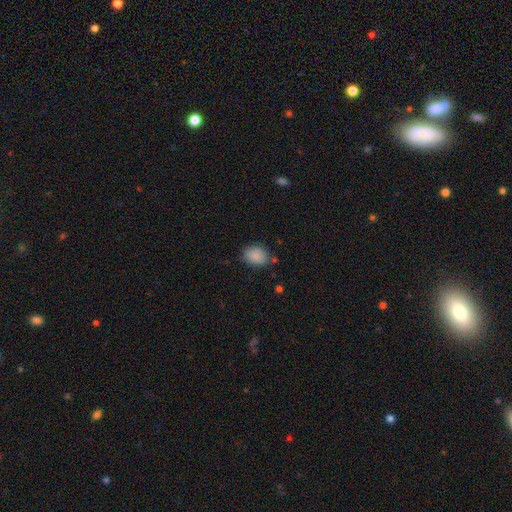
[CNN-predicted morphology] Smooth or featured? Predicted: smooth (p=0.87). How rounded? Predicted: in between (p=0.59). Merging? Predicted: none (p=0.72).